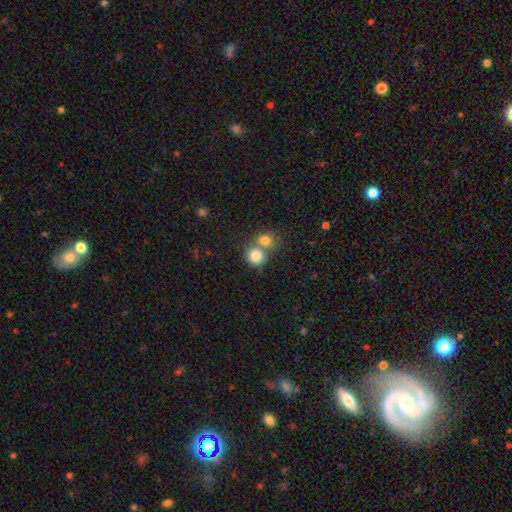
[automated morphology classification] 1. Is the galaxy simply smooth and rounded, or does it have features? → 82% smooth, 9% star or artifact, 8% featured or disk.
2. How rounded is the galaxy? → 81% round, 18% in between, 1% cigar-shaped.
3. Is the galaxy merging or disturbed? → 50% merger, 40% none, 7% minor disturbance, 3% major disturbance.